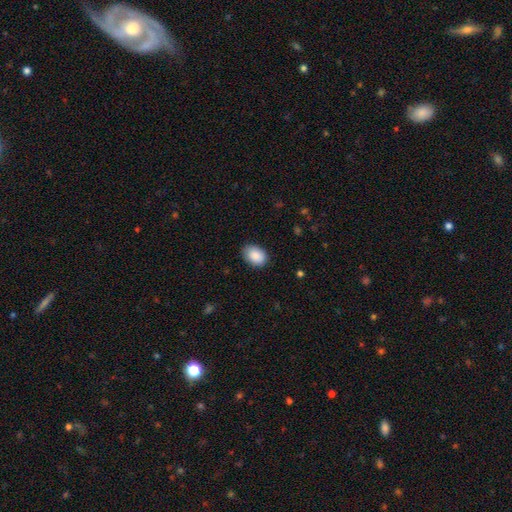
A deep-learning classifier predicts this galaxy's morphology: Q: Smooth or featured?
A: smooth (88%); runner-up: star or artifact (7%)
Q: How rounded?
A: in between (80%); runner-up: round (20%)
Q: Merging?
A: none (83%); runner-up: minor disturbance (13%)